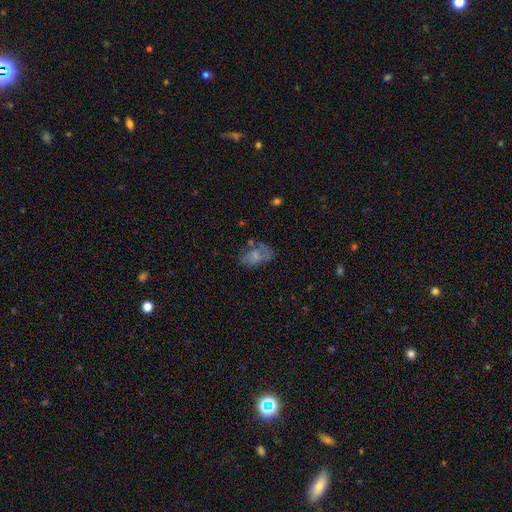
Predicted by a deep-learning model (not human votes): smooth-or-featured: smooth: 48% | featured or disk: 42% | star or artifact: 11%
  merging: none: 41% | minor disturbance: 26% | major disturbance: 25% | merger: 8%